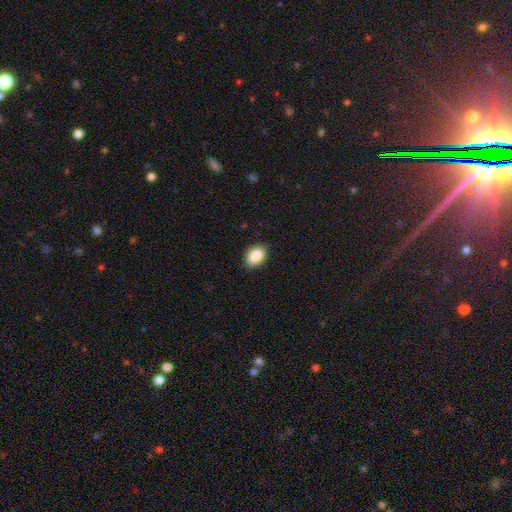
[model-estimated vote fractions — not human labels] Q: Smooth or featured?
A: smooth (88%); runner-up: star or artifact (7%)
Q: How rounded?
A: in between (85%); runner-up: round (14%)
Q: Merging?
A: none (87%); runner-up: minor disturbance (10%)